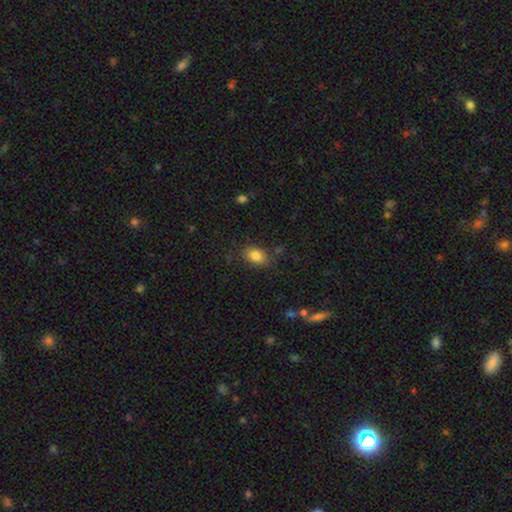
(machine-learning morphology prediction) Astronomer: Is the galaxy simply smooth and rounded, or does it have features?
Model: smooth — 83%.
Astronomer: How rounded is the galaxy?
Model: in between — 81%.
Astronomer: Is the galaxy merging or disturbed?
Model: none — 79%.